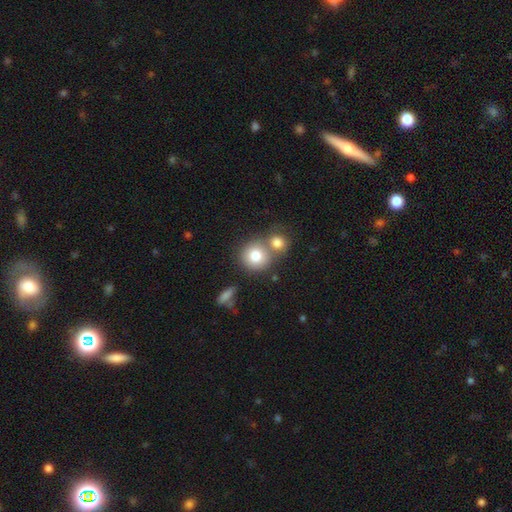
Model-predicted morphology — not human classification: smooth-or-featured: smooth: 78% | featured or disk: 12% | star or artifact: 9%
  how-rounded: round: 88% | in between: 11% | cigar-shaped: 1%
  merging: none: 48% | merger: 41% | minor disturbance: 8% | major disturbance: 3%